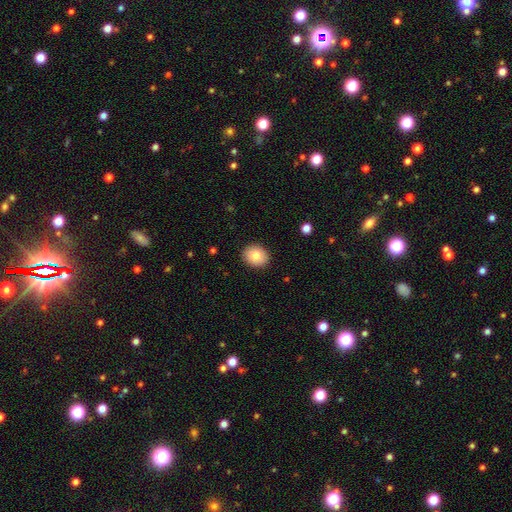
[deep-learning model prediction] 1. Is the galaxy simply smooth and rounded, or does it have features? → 83% smooth, 9% featured or disk, 8% star or artifact.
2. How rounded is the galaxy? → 64% round, 35% in between, 1% cigar-shaped.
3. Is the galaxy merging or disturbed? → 90% none, 7% minor disturbance, 2% major disturbance, 1% merger.